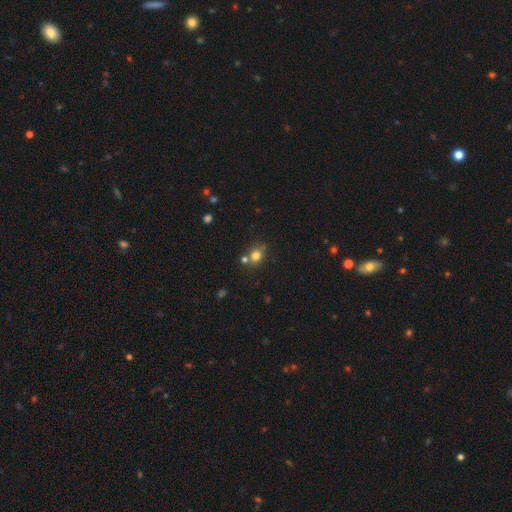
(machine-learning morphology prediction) Smooth or featured? smooth (77%)
How rounded? round (64%)
Merging? none (61%)